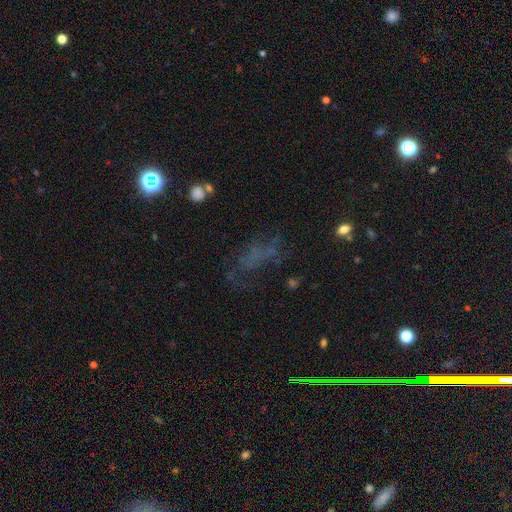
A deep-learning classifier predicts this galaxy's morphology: Smooth or featured? star or artifact (37%)